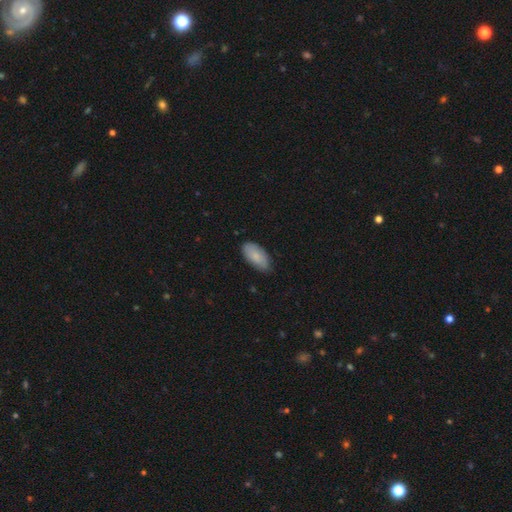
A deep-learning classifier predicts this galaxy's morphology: A smooth galaxy with no disk features (83%) that is in between round and cigar-shaped (94%).

Vote fractions:
- Smooth or featured? smooth: 83% / featured or disk: 11% / star or artifact: 6%
- How rounded? in between: 94% / cigar-shaped: 4% / round: 2%
- Merging? none: 74% / minor disturbance: 22% / major disturbance: 3% / merger: 1%